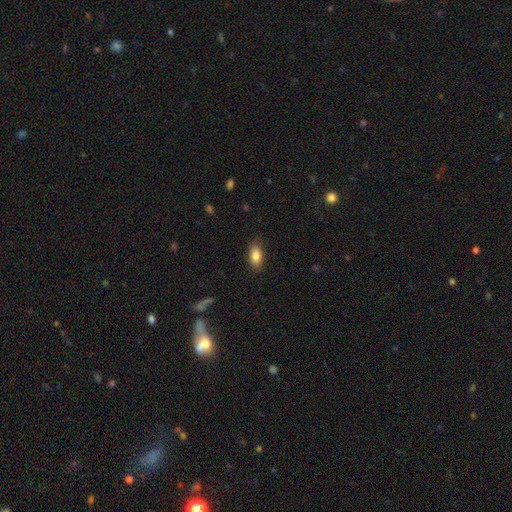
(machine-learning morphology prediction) Q: Smooth or featured?
A: smooth (86%); runner-up: star or artifact (7%)
Q: How rounded?
A: in between (90%); runner-up: cigar-shaped (6%)
Q: Merging?
A: none (85%); runner-up: minor disturbance (12%)